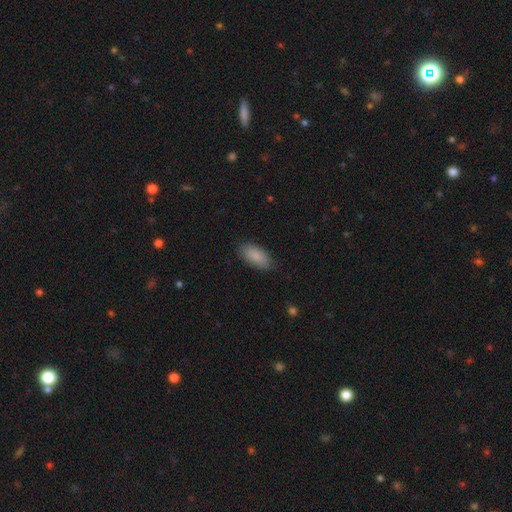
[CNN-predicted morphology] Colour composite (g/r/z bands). It shows a smooth galaxy with no disk features (88%) that is in between round and cigar-shaped (92%). Merging: none (84%).